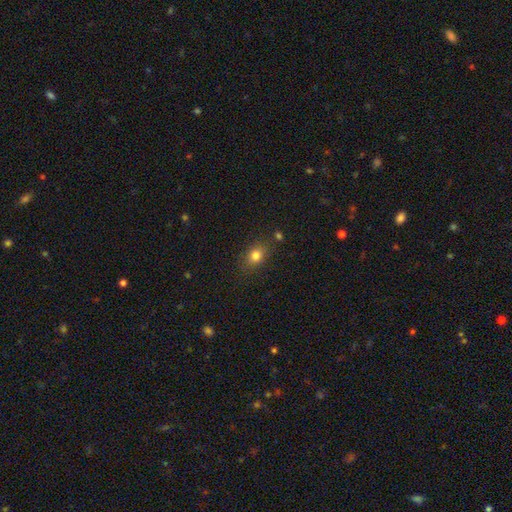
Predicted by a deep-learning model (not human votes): This is likely a smooth galaxy (80%). How rounded: possibly in between (56%). Merging: clearly none (81%).